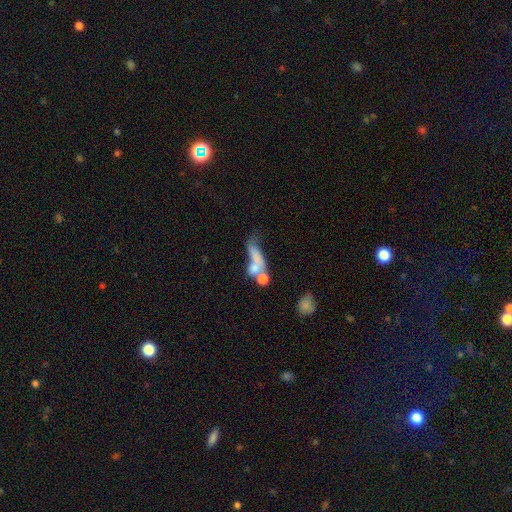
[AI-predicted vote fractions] smooth_or_featured: smooth (p=0.57) [alt: featured or disk p=0.30]
how_rounded: in between (p=0.49) [alt: cigar-shaped p=0.36]
merging: merger (p=0.46) [alt: major disturbance p=0.24]